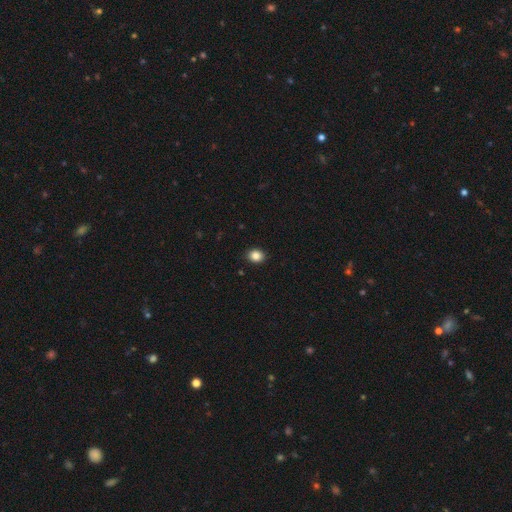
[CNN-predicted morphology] Smooth or featured? Predicted: smooth (p=0.86). How rounded? Predicted: round (p=0.55). Merging? Predicted: none (p=0.90).